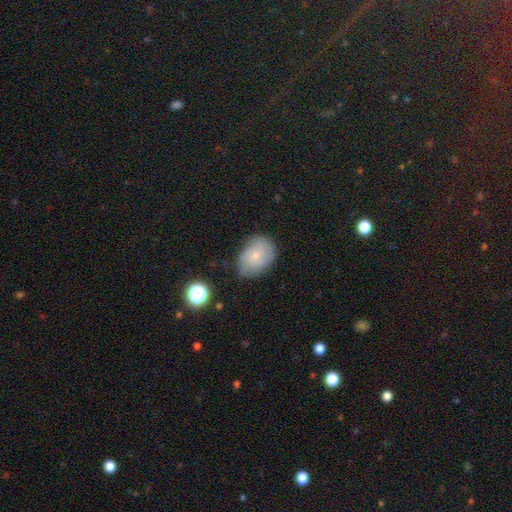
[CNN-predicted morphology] Q: Smooth or featured?
A: smooth (56%); runner-up: featured or disk (34%)
Q: How rounded?
A: in between (72%); runner-up: round (27%)
Q: Merging?
A: none (66%); runner-up: minor disturbance (26%)